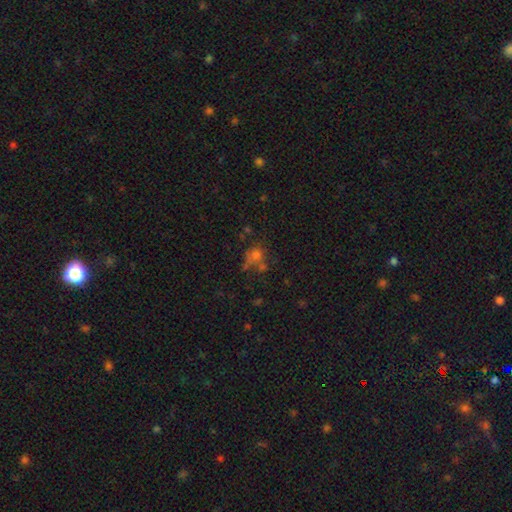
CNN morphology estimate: smooth-or-featured: smooth: 58% | star or artifact: 27% | featured or disk: 16%
  how-rounded: round: 79% | in between: 20% | cigar-shaped: 1%
  merging: none: 49% | merger: 27% | minor disturbance: 14% | major disturbance: 10%